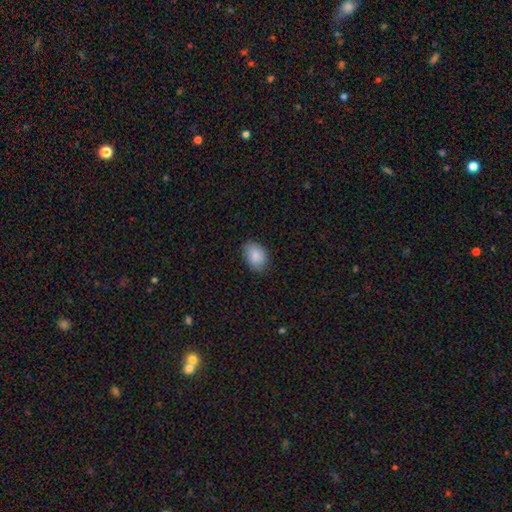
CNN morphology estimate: Smooth or featured: smooth — 87% (star or artifact — 7%)
How rounded: in between — 78% (round — 21%)
Merging: none — 82% (minor disturbance — 14%)